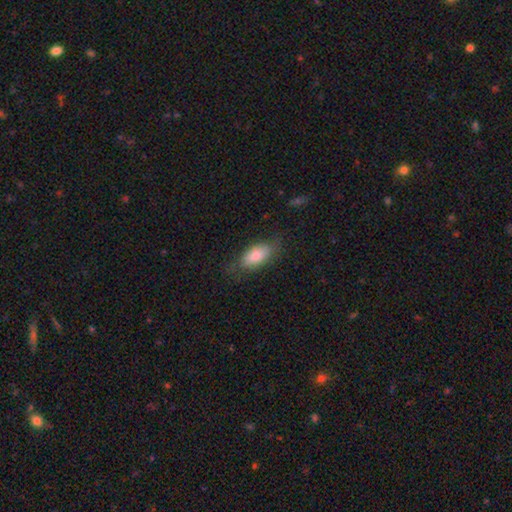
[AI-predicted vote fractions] This appears to be a smooth galaxy with no disk features (79%) that is in between round and cigar-shaped (87%). Merging: none (71%).